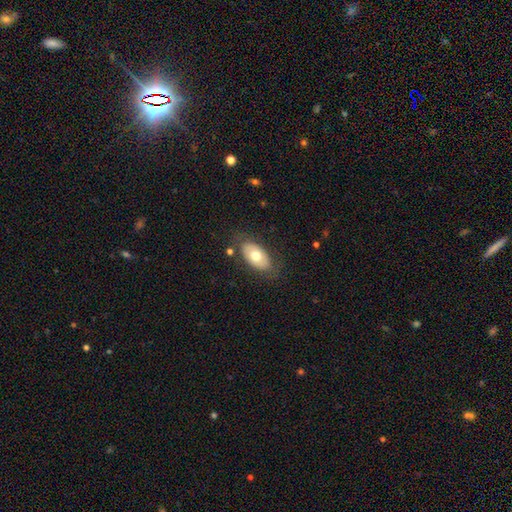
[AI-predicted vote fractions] smooth-or-featured: smooth: 63% | featured or disk: 31% | star or artifact: 6%
  how-rounded: in between: 92% | round: 6% | cigar-shaped: 2%
  merging: none: 79% | minor disturbance: 14% | major disturbance: 5% | merger: 2%